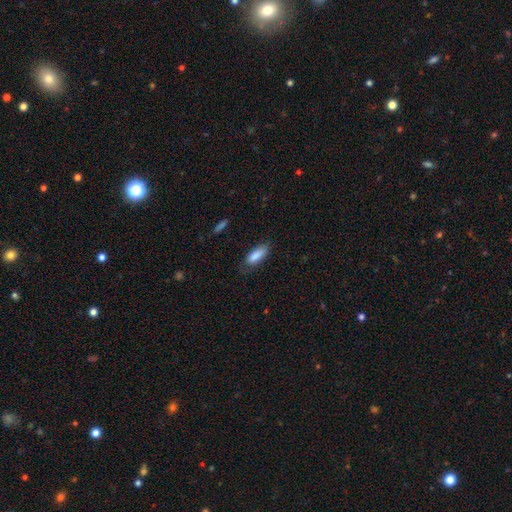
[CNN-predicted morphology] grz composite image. It shows a smooth galaxy with no disk features (84%) that is in between round and cigar-shaped (67%). Merging: none (69%).